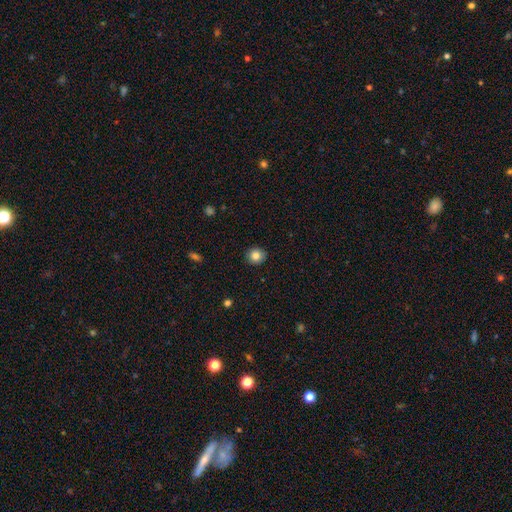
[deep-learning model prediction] Smooth or featured? Predicted: smooth (p=0.83). How rounded? Predicted: round (p=0.89). Merging? Predicted: none (p=0.91).